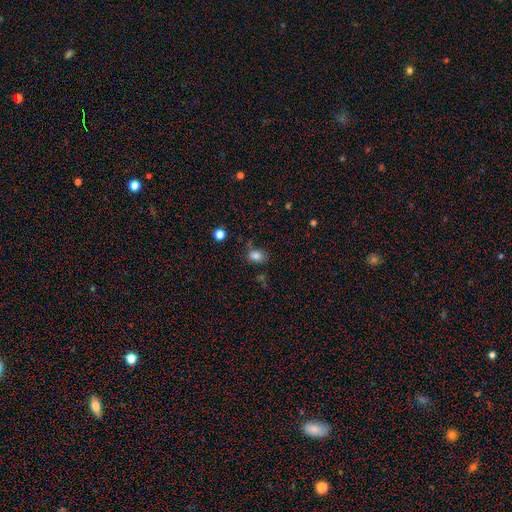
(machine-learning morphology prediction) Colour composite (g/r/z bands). It shows a smooth galaxy with no disk features (82%) that is in between round and cigar-shaped (62%). Merging: none (73%).